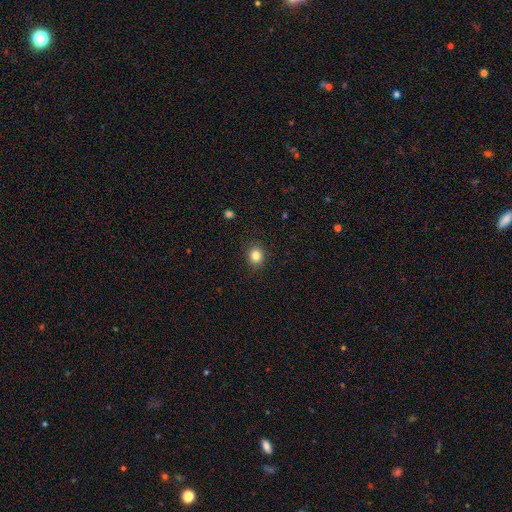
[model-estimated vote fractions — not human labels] Overall: smooth (84%). How rounded: round (79%). Merging: none (89%).